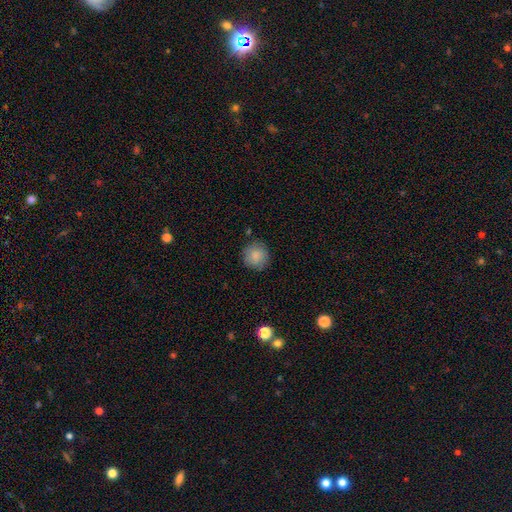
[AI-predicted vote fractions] Q: Smooth or featured?
A: smooth (86%); runner-up: star or artifact (8%)
Q: How rounded?
A: round (93%); runner-up: in between (6%)
Q: Merging?
A: none (85%); runner-up: minor disturbance (11%)